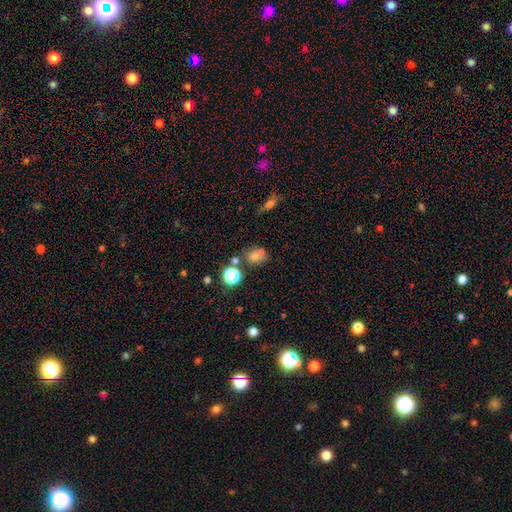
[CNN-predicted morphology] The model was most divided on "how rounded": round: 55%, in between: 44%, cigar-shaped: 1%. More confident: smooth or featured — smooth (68%); merging — none (54%).